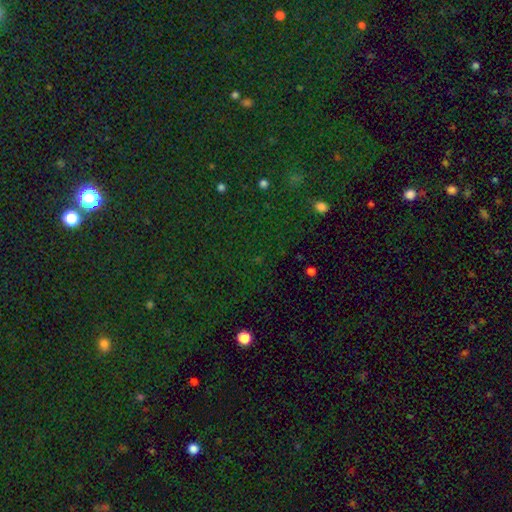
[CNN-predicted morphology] A star or artifact, not a galaxy (77%).

Vote fractions:
- Smooth or featured? star or artifact: 77% / smooth: 15% / featured or disk: 8%